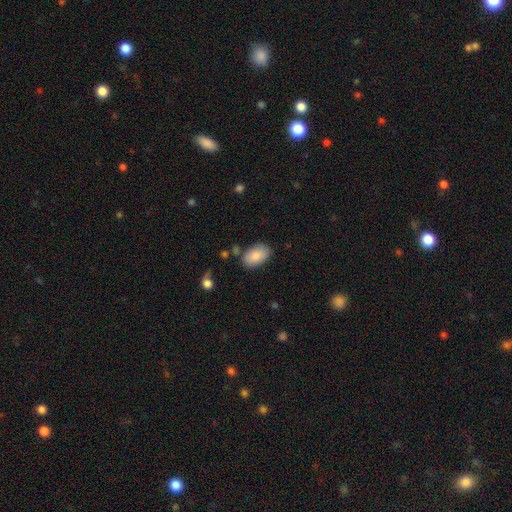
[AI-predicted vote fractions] This is clearly a smooth galaxy (84%). How rounded: clearly in between (93%). Merging: likely none (80%).